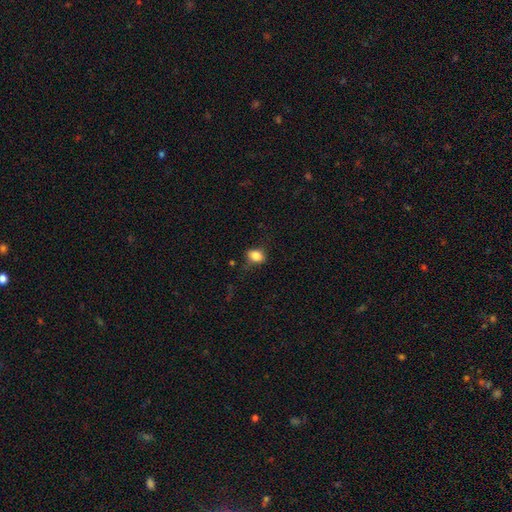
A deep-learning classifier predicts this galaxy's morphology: This is clearly a smooth galaxy (84%). How rounded: likely in between (65%). Merging: likely none (73%).